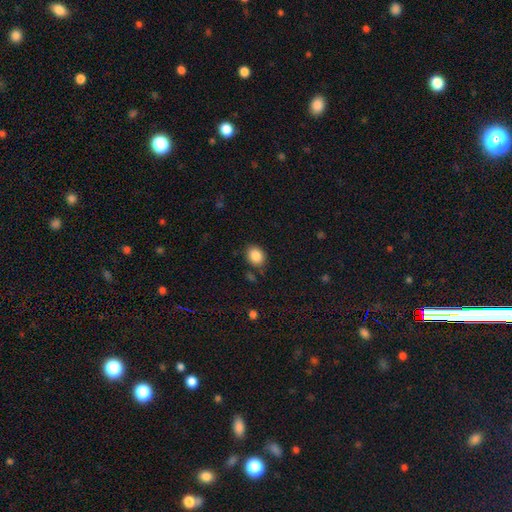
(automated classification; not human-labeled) A smooth galaxy with no disk features (86%) that is round (53%).

Vote fractions:
- Smooth or featured? smooth: 86% / star or artifact: 9% / featured or disk: 5%
- How rounded? round: 53% / in between: 46% / cigar-shaped: 1%
- Merging? none: 82% / minor disturbance: 11% / merger: 3% / major disturbance: 3%